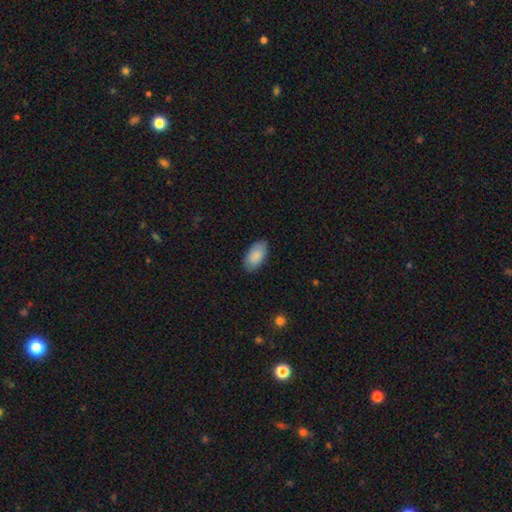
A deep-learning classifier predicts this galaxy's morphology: The model was most divided on "merging": none: 83%, minor disturbance: 13%, major disturbance: 2%, merger: 1%. More confident: how rounded — in between (95%); smooth or featured — smooth (88%).